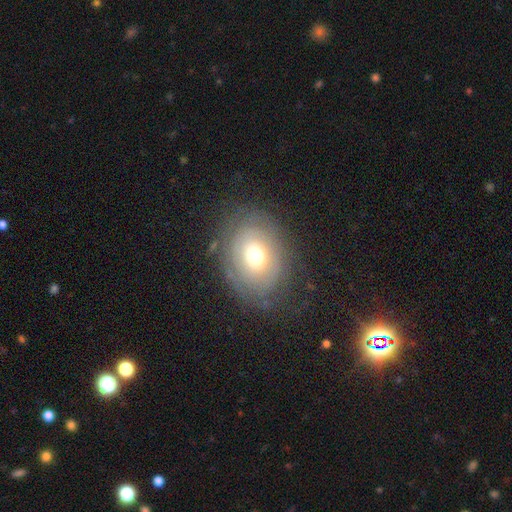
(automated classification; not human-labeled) This appears to be a featured or disk galaxy (45%, tied with smooth). Merging: none (73%).